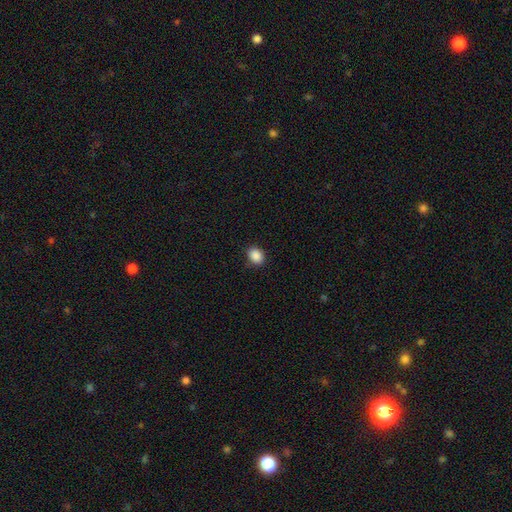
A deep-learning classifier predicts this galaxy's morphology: smooth 89%, star or artifact 9%, featured or disk 3%. Down the decision tree: how rounded — in between (56%); merging — none (87%).